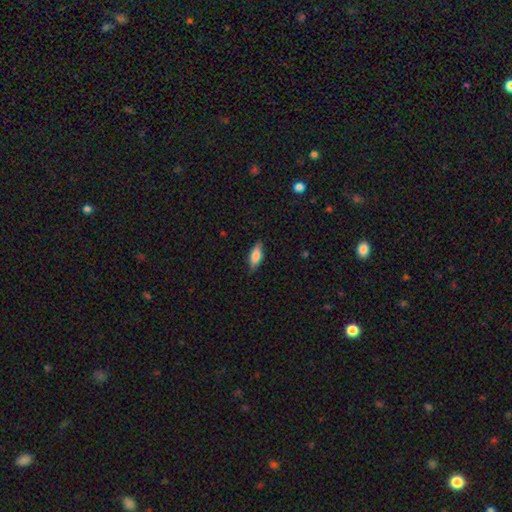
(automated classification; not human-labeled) Smooth or featured? smooth (76%)
How rounded? in between (69%)
Merging? none (81%)